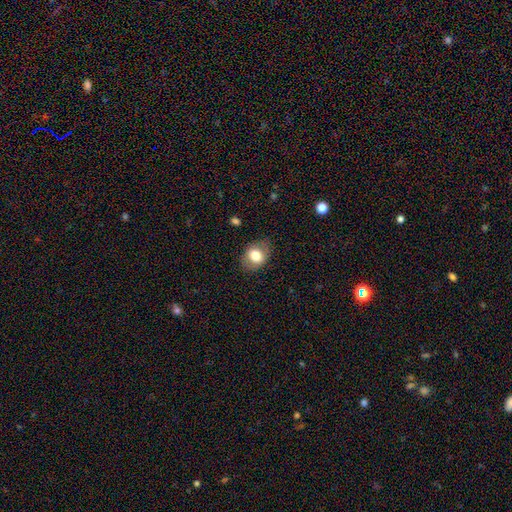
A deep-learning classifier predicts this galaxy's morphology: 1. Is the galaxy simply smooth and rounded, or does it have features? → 72% smooth, 21% featured or disk, 8% star or artifact.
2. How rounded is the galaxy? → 66% in between, 33% round, 1% cigar-shaped.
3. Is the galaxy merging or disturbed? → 79% none, 15% minor disturbance, 5% major disturbance, 1% merger.